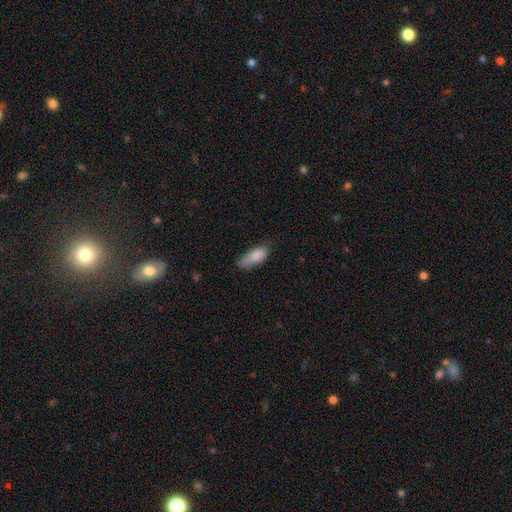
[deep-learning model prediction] smooth 85%, featured or disk 8%, star or artifact 7%. Down the decision tree: how rounded — in between (75%); merging — none (55%).